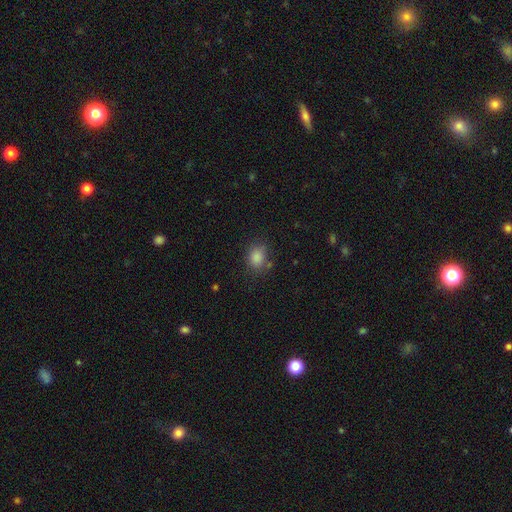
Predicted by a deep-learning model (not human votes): A smooth galaxy with no disk features (83%) that is round (50%).

Vote fractions:
- Smooth or featured? smooth: 83% / star or artifact: 12% / featured or disk: 5%
- How rounded? round: 50% / in between: 49% / cigar-shaped: 1%
- Merging? none: 74% / minor disturbance: 16% / major disturbance: 5% / merger: 4%